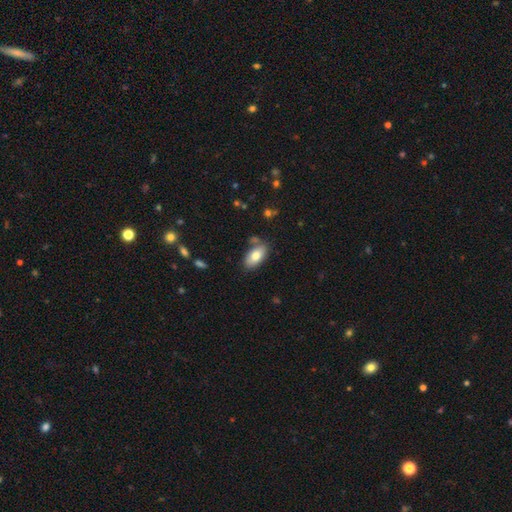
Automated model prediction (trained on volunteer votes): smooth 78%, featured or disk 15%, star or artifact 7%. Down the decision tree: how rounded — in between (92%); merging — none (75%).